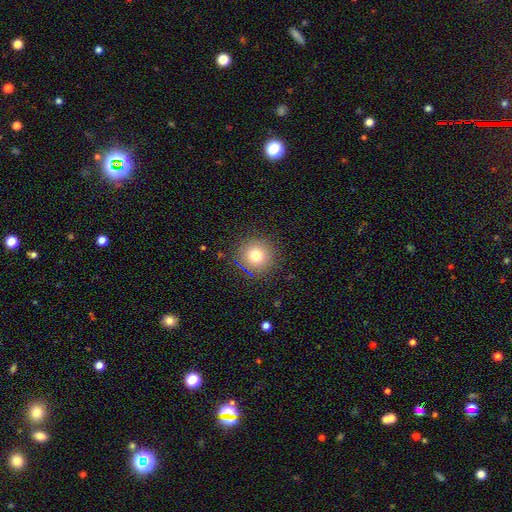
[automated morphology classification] Smooth or featured: smooth — 76% (star or artifact — 14%)
How rounded: round — 95% (in between — 4%)
Merging: none — 89% (minor disturbance — 7%)